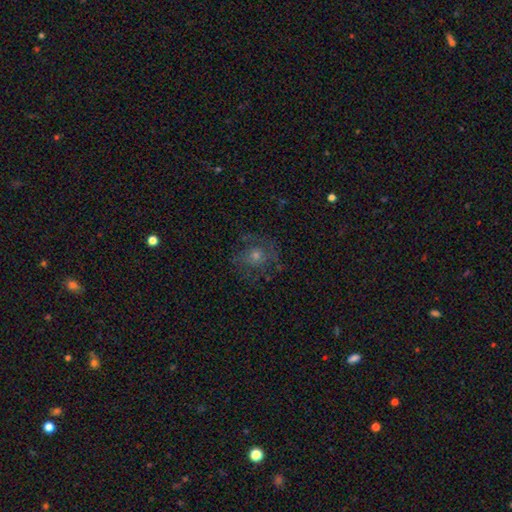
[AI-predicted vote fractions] Overall: featured or disk (49%; smooth 32%). Merging: none (71%).